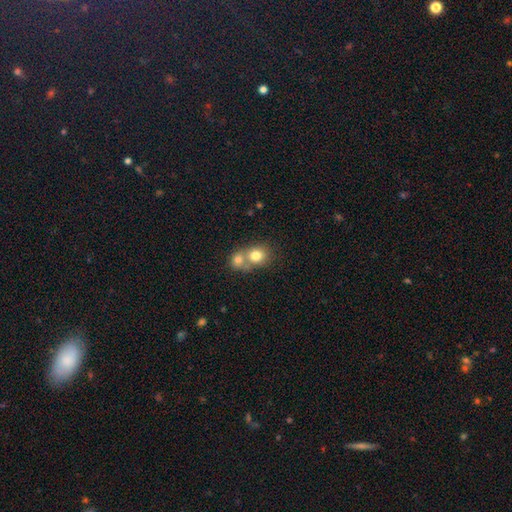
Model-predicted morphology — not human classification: Smooth or featured? Predicted: smooth (p=0.77). How rounded? Predicted: round (p=0.74). Merging? Predicted: merger (p=0.61).